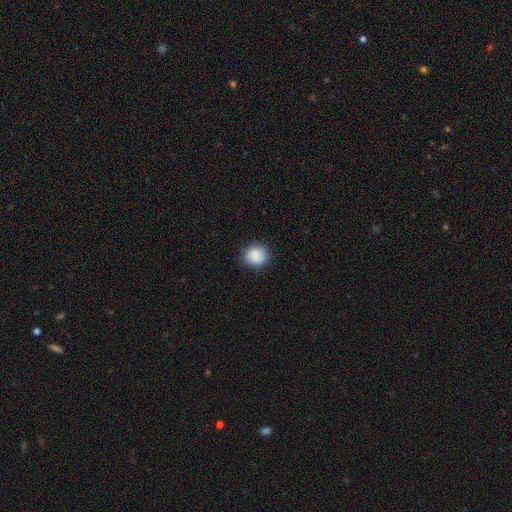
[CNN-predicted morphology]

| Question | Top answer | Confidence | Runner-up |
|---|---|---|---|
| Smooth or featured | smooth | 89% | star or artifact (8%) |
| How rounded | round | 80% | in between (19%) |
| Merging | none | 87% | minor disturbance (9%) |